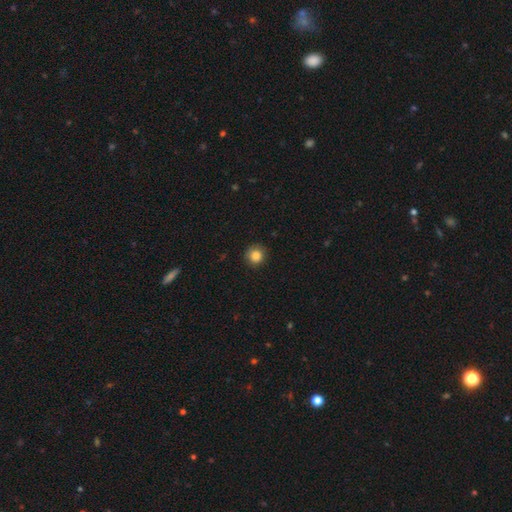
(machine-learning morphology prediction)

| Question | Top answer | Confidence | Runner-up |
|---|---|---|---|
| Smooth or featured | smooth | 85% | star or artifact (10%) |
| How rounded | round | 92% | in between (7%) |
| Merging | none | 85% | minor disturbance (11%) |